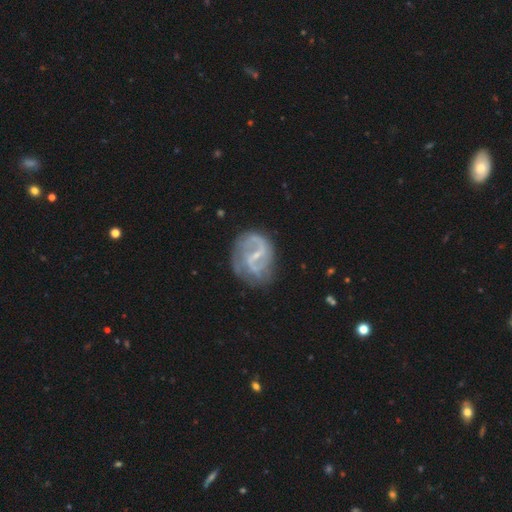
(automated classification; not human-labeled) Overall: featured or disk (85%). Edge-on disk: no (98%). Bar: weak (54%; strong 28%). Spiral arms: yes (91%). Spiral arm count: 2 (75%). Spiral winding: medium (44%; loose 39%). Bulge size: small (72%). Merging: none (64%).